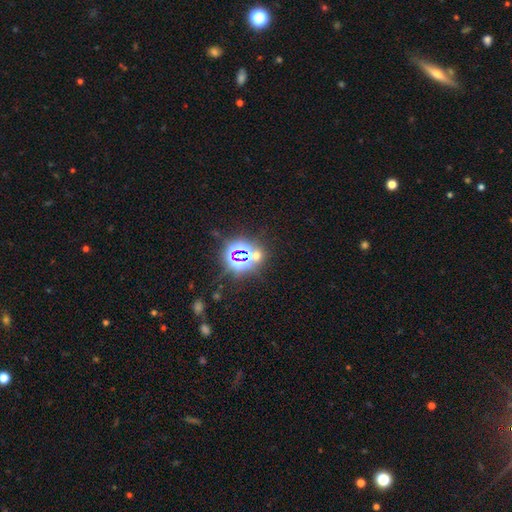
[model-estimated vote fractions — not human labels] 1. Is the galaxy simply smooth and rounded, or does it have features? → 68% star or artifact, 23% smooth, 9% featured or disk.